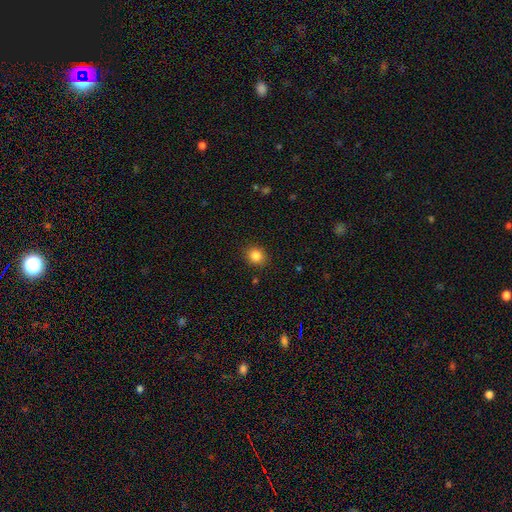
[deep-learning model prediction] Smooth or featured?
  - smooth: 85% *
  - star or artifact: 11%
  - featured or disk: 4%
How rounded?
  - round: 79% *
  - in between: 20%
  - cigar-shaped: 1%
Merging?
  - none: 89% *
  - minor disturbance: 8%
  - major disturbance: 2%
  - merger: 1%